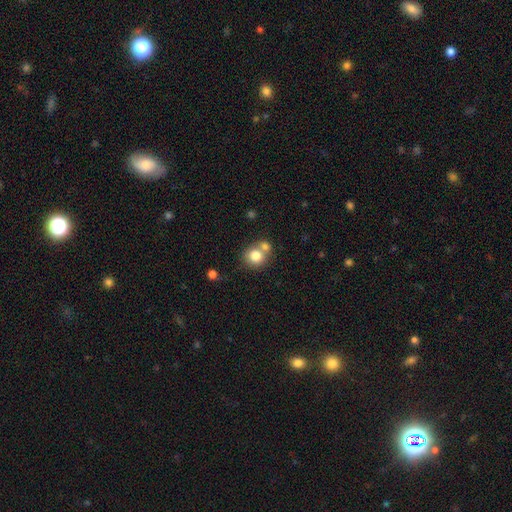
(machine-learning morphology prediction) Overall: smooth (80%). How rounded: round (83%). Merging: none (52%; merger 36%).